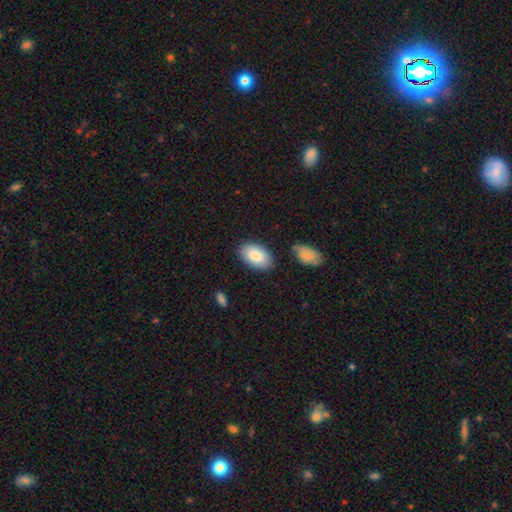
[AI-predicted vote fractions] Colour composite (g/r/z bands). It shows a smooth galaxy with no disk features (83%) that is in between round and cigar-shaped (94%). Merging: none (79%).